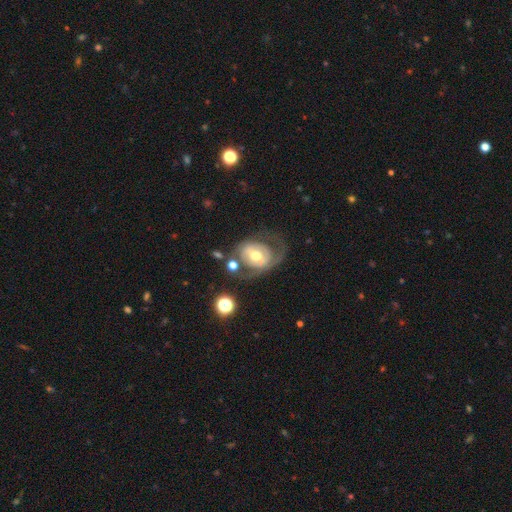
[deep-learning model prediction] Morphology: type=featured or disk (69%); edge-on=no (95%); bar=weak (39%); spiral arms=yes (66%); bulge=moderate (71%); merging=none (44%).